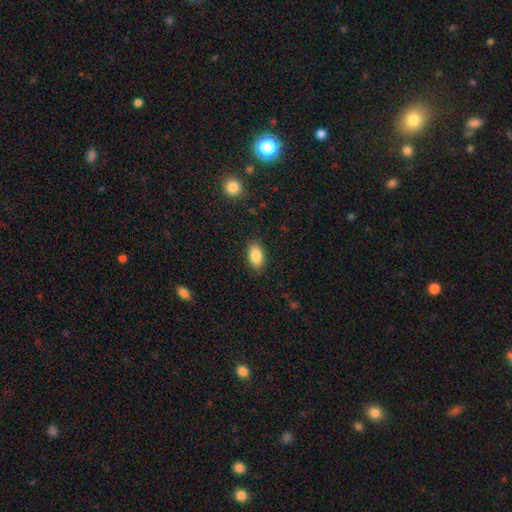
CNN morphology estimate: Q: Smooth or featured?
A: smooth (86%); runner-up: star or artifact (8%)
Q: How rounded?
A: in between (91%); runner-up: round (7%)
Q: Merging?
A: none (87%); runner-up: minor disturbance (10%)